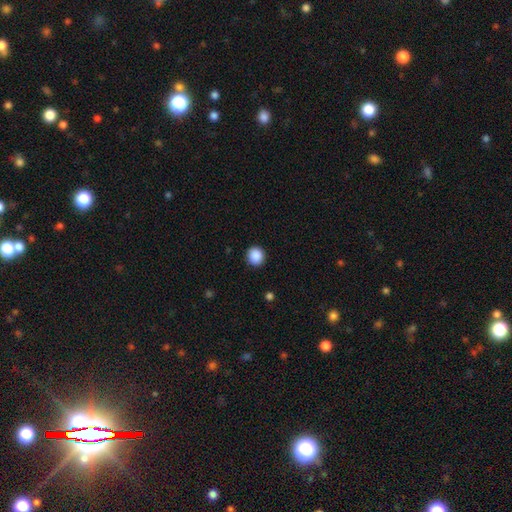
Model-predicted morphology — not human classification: This is clearly a smooth galaxy (89%). How rounded: clearly round (90%). Merging: clearly none (91%).